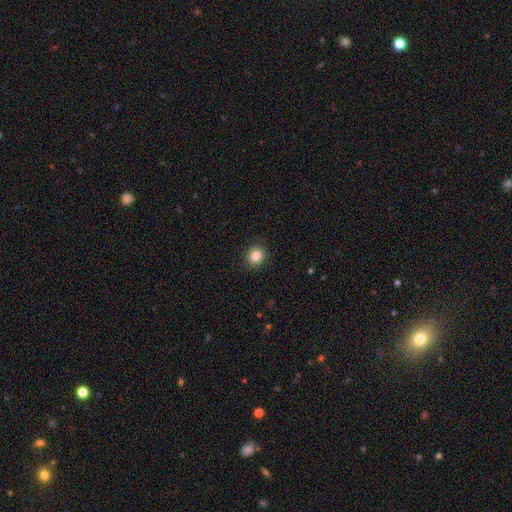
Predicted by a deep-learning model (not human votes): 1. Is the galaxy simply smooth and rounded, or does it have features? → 85% smooth, 10% star or artifact, 5% featured or disk.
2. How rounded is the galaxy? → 77% round, 22% in between, 1% cigar-shaped.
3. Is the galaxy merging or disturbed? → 90% none, 7% minor disturbance, 2% major disturbance, 1% merger.